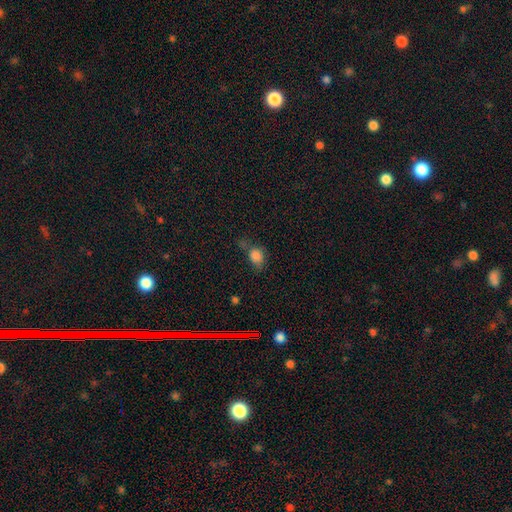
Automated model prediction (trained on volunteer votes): This appears to be a smooth galaxy with no disk features (81%) that is in between round and cigar-shaped (54%). Merging: none (46%).